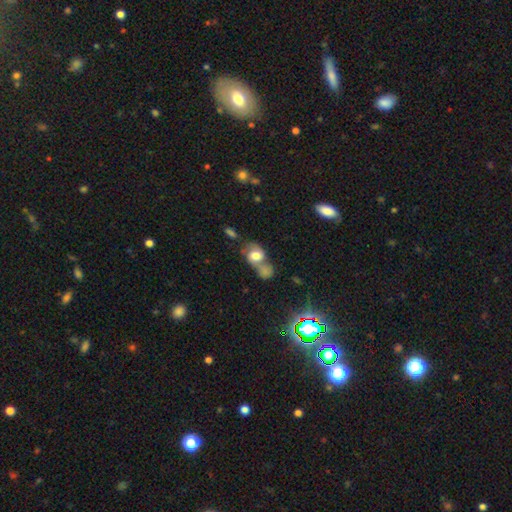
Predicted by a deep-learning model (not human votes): Smooth or featured?
  - smooth: 53% *
  - featured or disk: 35%
  - star or artifact: 13%
How rounded?
  - in between: 63% *
  - round: 35%
  - cigar-shaped: 2%
Merging?
  - merger: 51% *
  - none: 25%
  - minor disturbance: 13%
  - major disturbance: 10%